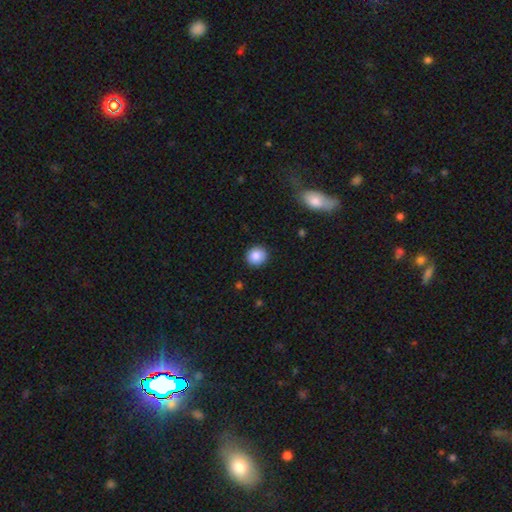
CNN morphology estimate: Overall: smooth (86%). How rounded: round (88%). Merging: none (91%).